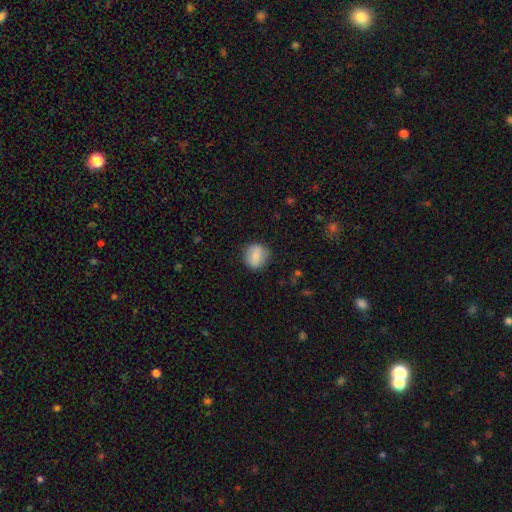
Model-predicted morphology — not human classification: Smooth or featured? Predicted: smooth (p=0.78). How rounded? Predicted: round (p=0.80). Merging? Predicted: none (p=0.83).